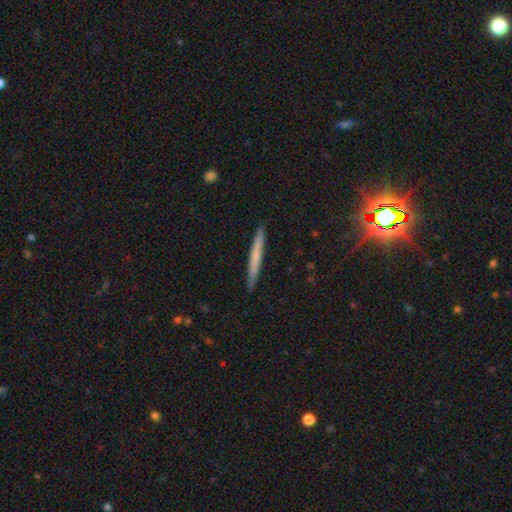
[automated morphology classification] This appears to be a smooth galaxy with no disk features (60%) that is cigar-shaped (97%). Merging: none (91%).